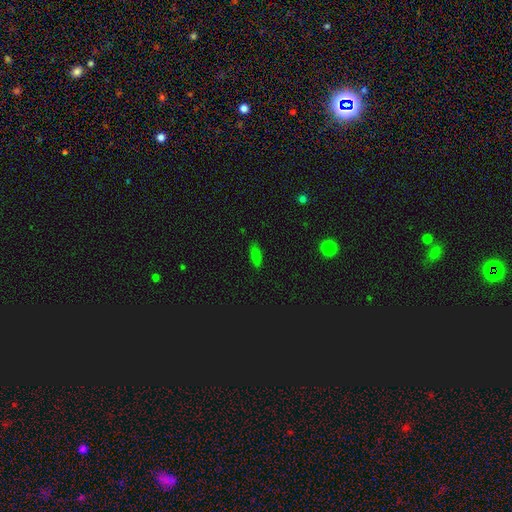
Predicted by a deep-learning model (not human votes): smooth_or_featured: smooth (p=0.77) [alt: star or artifact p=0.15]
how_rounded: in between (p=0.67) [alt: cigar-shaped p=0.29]
merging: none (p=0.85) [alt: minor disturbance p=0.11]